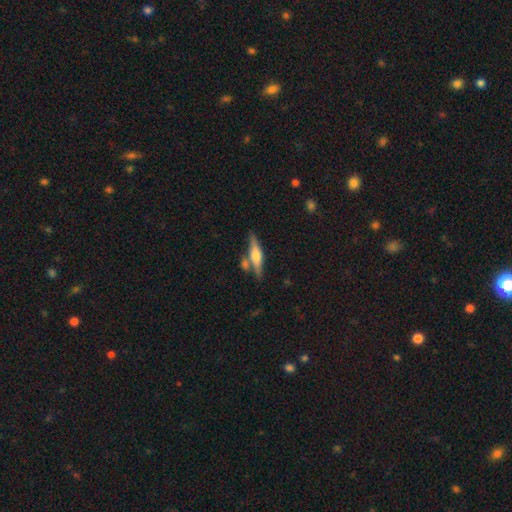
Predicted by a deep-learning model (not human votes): Smooth or featured? Predicted: featured or disk (p=0.53). Edge-on disk? Predicted: yes (p=0.94). Edge-on bulge? Predicted: rounded (p=0.75). Merging? Predicted: none (p=0.68).